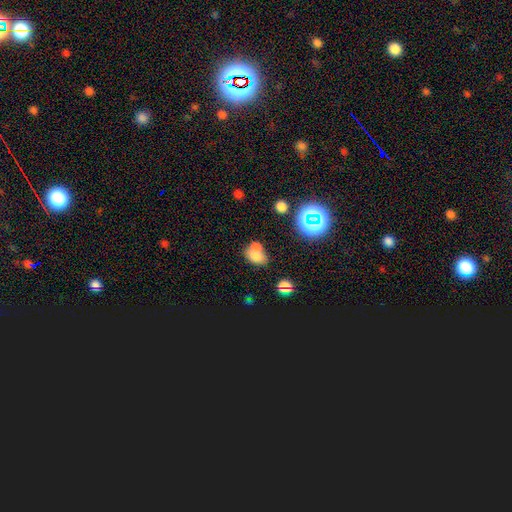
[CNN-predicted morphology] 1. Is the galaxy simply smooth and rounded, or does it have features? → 67% smooth, 17% star or artifact, 16% featured or disk.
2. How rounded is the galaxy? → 67% in between, 31% round, 1% cigar-shaped.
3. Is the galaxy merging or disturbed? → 50% merger, 34% none, 11% minor disturbance, 6% major disturbance.